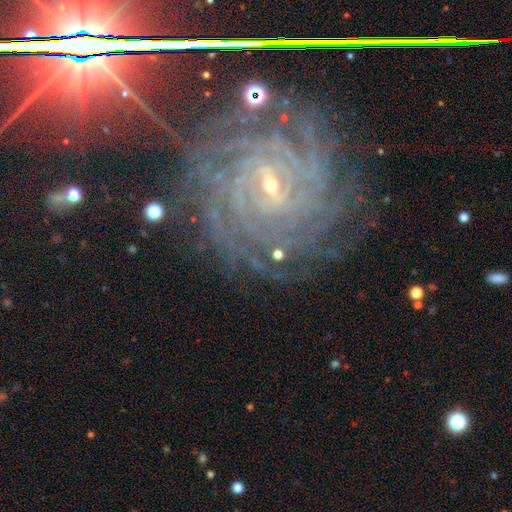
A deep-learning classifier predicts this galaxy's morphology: This is clearly a featured or disk galaxy (87%). It is clearly not viewed edge-on (97%). Bar: possibly weak (47%). Spiral arm pattern: clearly yes (98%). Spiral arm count: marginally more than 4 (36%). Spiral winding: clearly tight (84%). Central bulge: likely small (74%). Merging: likely none (78%).